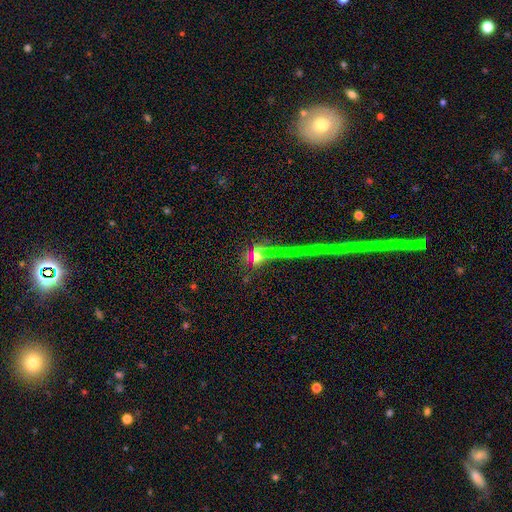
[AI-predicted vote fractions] Overall: star or artifact (50%; smooth 27%).